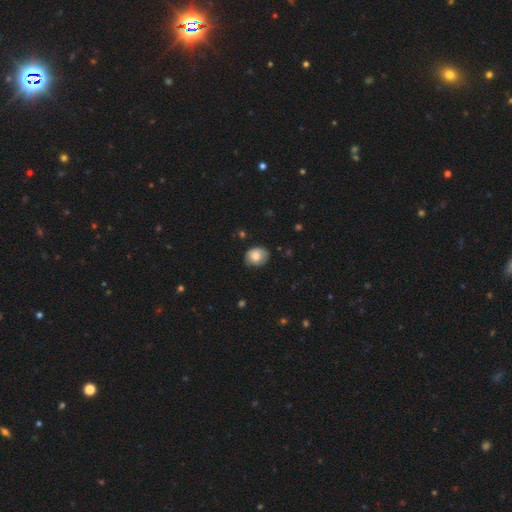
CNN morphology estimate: Smooth or featured? Predicted: smooth (p=0.77). How rounded? Predicted: round (p=0.56). Merging? Predicted: none (p=0.75).